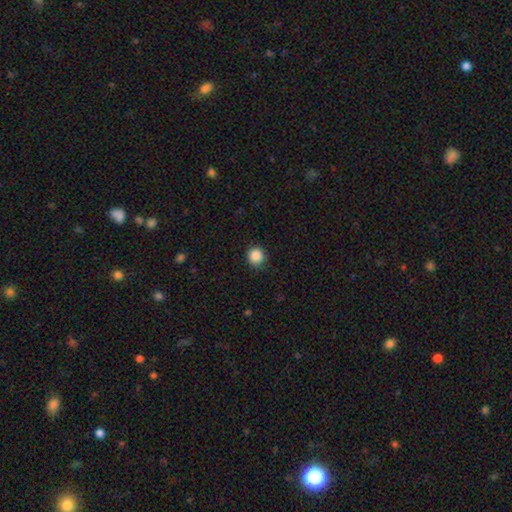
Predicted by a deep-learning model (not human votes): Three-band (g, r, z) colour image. It shows a smooth galaxy with no disk features (88%) that is round (92%). Merging: none (87%).